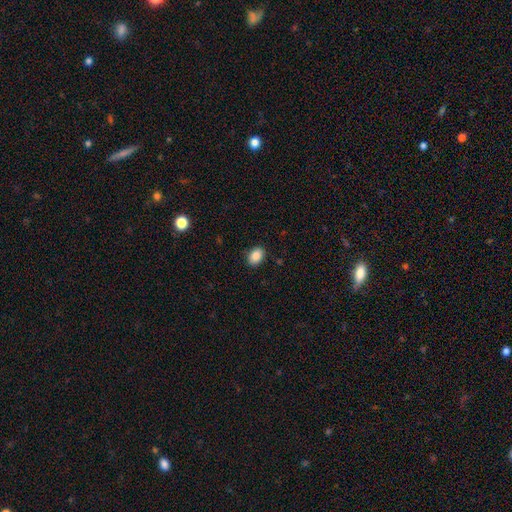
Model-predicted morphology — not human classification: A smooth galaxy with no disk features (87%) that is in between round and cigar-shaped (77%). Merging: none (89%).